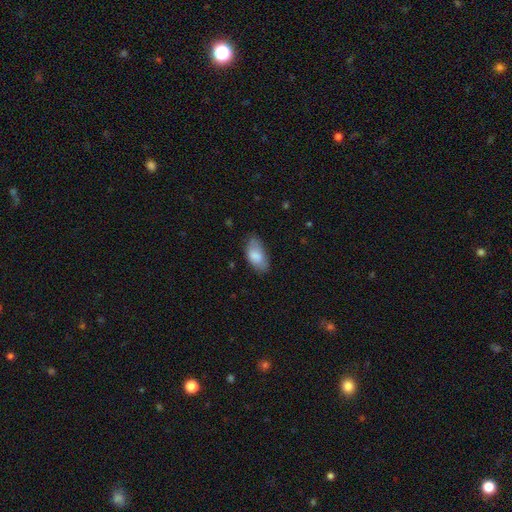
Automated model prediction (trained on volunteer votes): The model was most divided on "merging": none: 67%, minor disturbance: 25%, major disturbance: 6%, merger: 2%. More confident: how rounded — in between (93%); smooth or featured — smooth (81%).